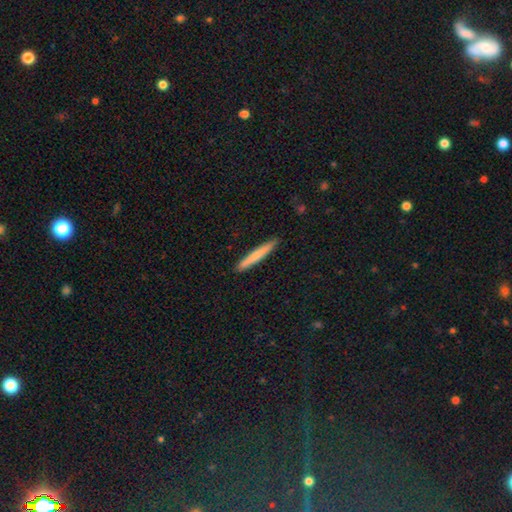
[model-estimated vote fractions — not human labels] A smooth galaxy with no disk features (68%) that is cigar-shaped (96%).

Vote fractions:
- Smooth or featured? smooth: 68% / featured or disk: 26% / star or artifact: 5%
- How rounded? cigar-shaped: 96% / in between: 3% / round: 1%
- Merging? none: 91% / minor disturbance: 6% / major disturbance: 1% / merger: 1%